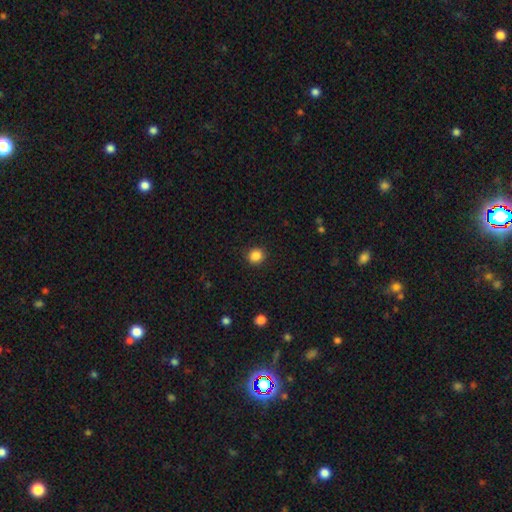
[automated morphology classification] type=smooth (86%); roundness=round (84%); merging=none (90%).